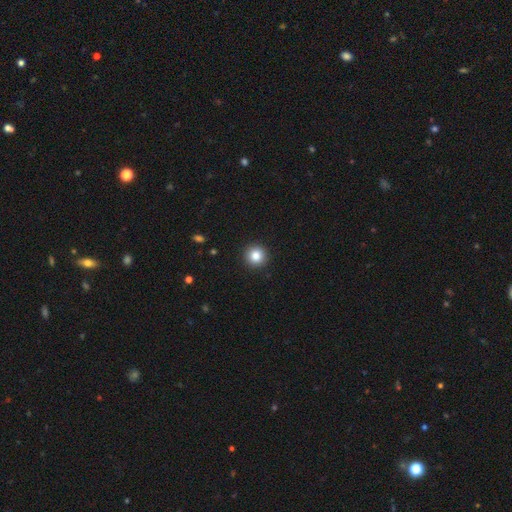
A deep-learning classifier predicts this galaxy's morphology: type=smooth (85%); roundness=round (95%); merging=none (93%).